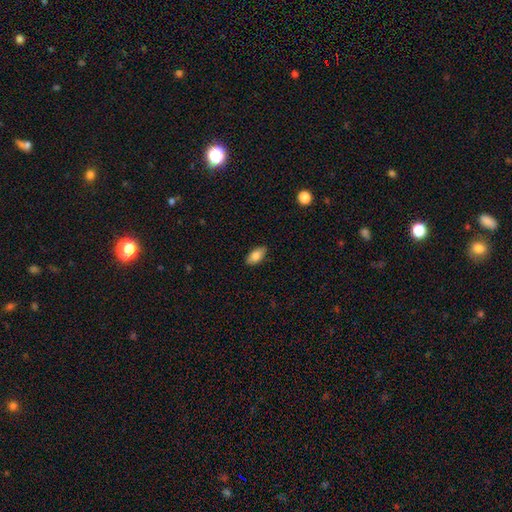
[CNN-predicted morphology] Smooth or featured? Predicted: smooth (p=0.81). How rounded? Predicted: in between (p=0.90). Merging? Predicted: none (p=0.86).